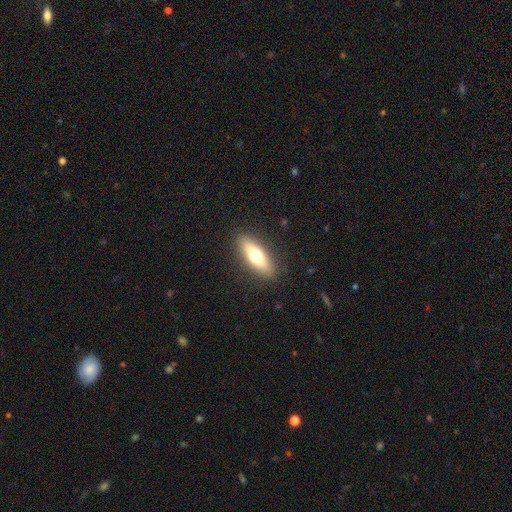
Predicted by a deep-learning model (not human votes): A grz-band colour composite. It shows a smooth galaxy with no disk features (66%) that is in between round and cigar-shaped (52%). Merging: none (89%).